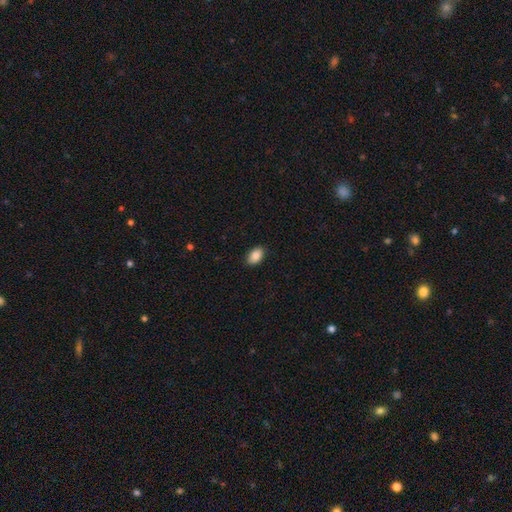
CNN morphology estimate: Overall: smooth (86%). How rounded: in between (89%). Merging: none (89%).